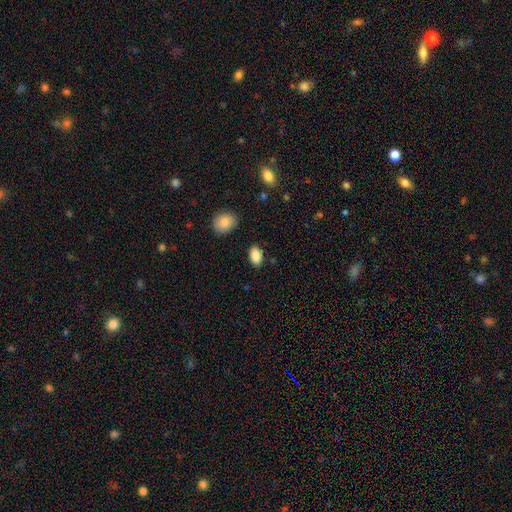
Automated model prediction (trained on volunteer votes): A smooth galaxy with no disk features (88%) that is in between round and cigar-shaped (90%). Merging: none (86%).